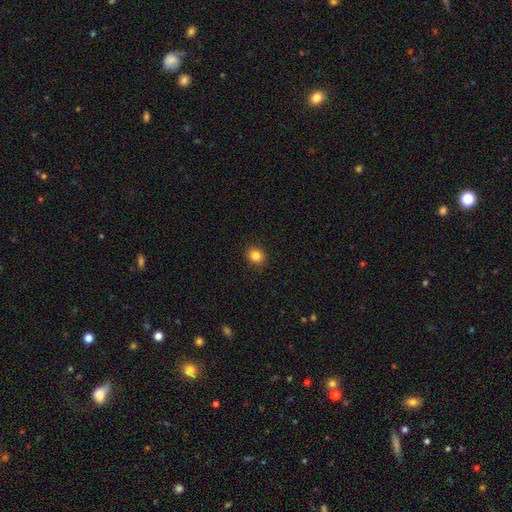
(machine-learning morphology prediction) This appears to be a smooth galaxy with no disk features (85%) that is round (74%). Merging: none (90%).